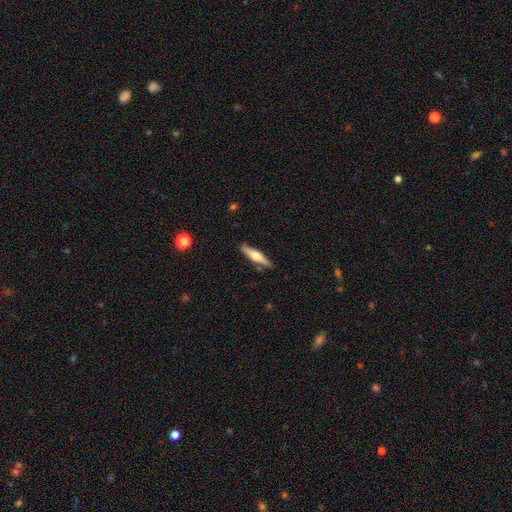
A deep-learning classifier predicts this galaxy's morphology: Overall: featured or disk (54%; smooth 40%). Edge-on disk: yes (95%). Edge-on bulge: rounded (90%). Merging: none (86%).